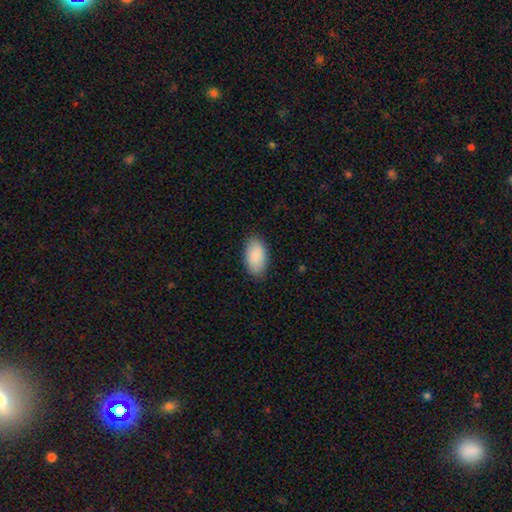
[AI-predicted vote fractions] smooth_or_featured: smooth (p=0.90) [alt: star or artifact p=0.06]
how_rounded: in between (p=0.95) [alt: round p=0.03]
merging: none (p=0.86) [alt: minor disturbance p=0.10]